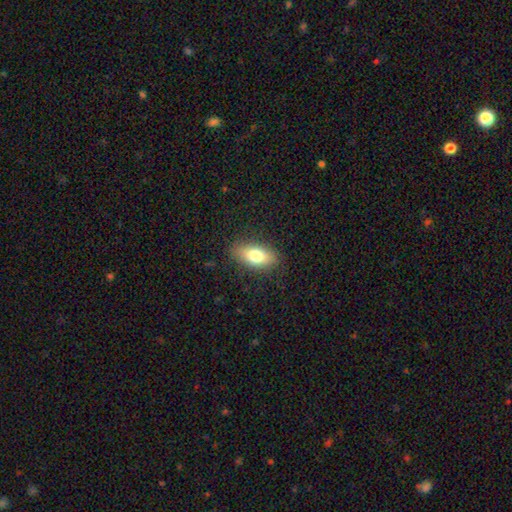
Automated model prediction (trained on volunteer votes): A smooth galaxy with no disk features (76%) that is in between round and cigar-shaped (85%). Merging: none (85%).